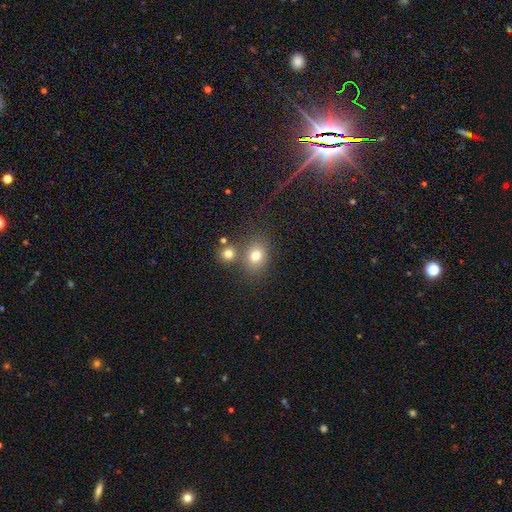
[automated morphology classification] smooth_or_featured: smooth (p=0.76) [alt: star or artifact p=0.14]
how_rounded: round (p=0.58) [alt: in between p=0.41]
merging: none (p=0.66) [alt: merger p=0.19]